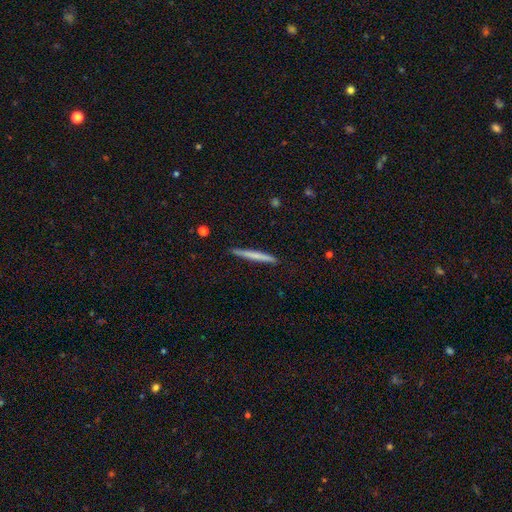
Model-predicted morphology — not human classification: Smooth or featured? smooth (60%)
How rounded? cigar-shaped (97%)
Merging? none (90%)